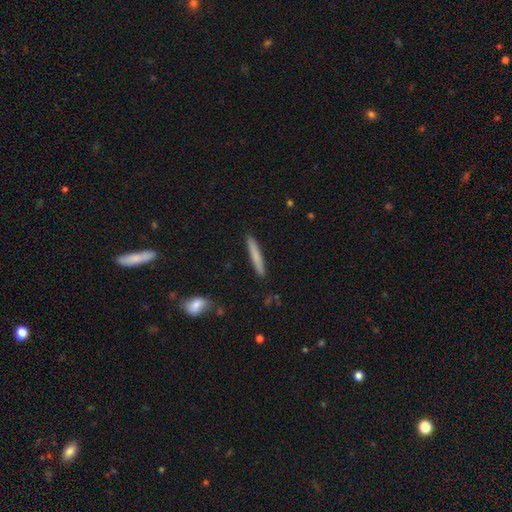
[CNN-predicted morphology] Smooth or featured? Predicted: smooth (p=0.73). How rounded? Predicted: cigar-shaped (p=0.95). Merging? Predicted: none (p=0.90).